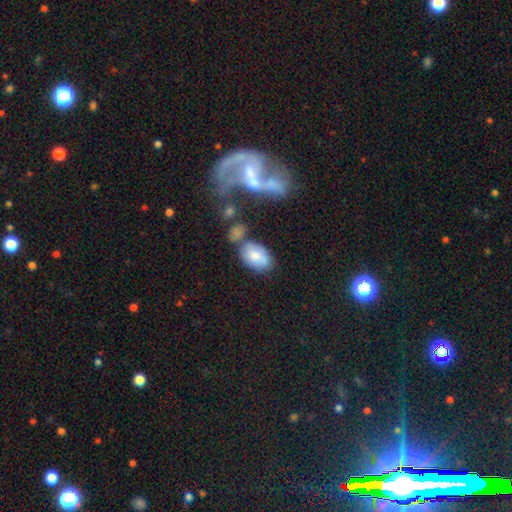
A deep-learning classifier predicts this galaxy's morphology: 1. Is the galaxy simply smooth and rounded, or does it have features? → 72% smooth, 20% featured or disk, 8% star or artifact.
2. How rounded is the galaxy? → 89% in between, 10% round, 1% cigar-shaped.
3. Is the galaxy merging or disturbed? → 52% none, 22% minor disturbance, 19% merger, 7% major disturbance.